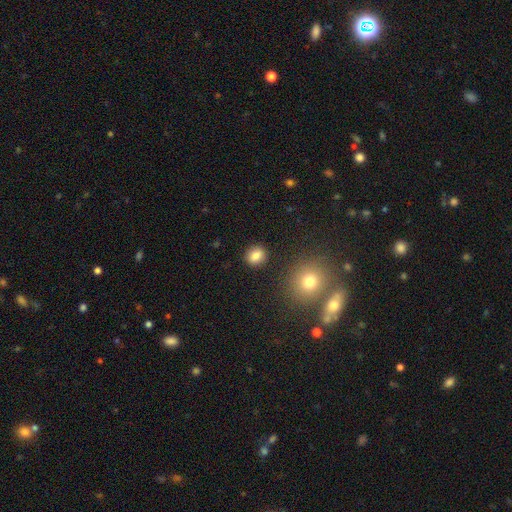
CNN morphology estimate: Smooth or featured?
  - smooth: 84% *
  - star or artifact: 11%
  - featured or disk: 6%
How rounded?
  - round: 74% *
  - in between: 25%
  - cigar-shaped: 1%
Merging?
  - none: 88% *
  - minor disturbance: 7%
  - merger: 2%
  - major disturbance: 2%